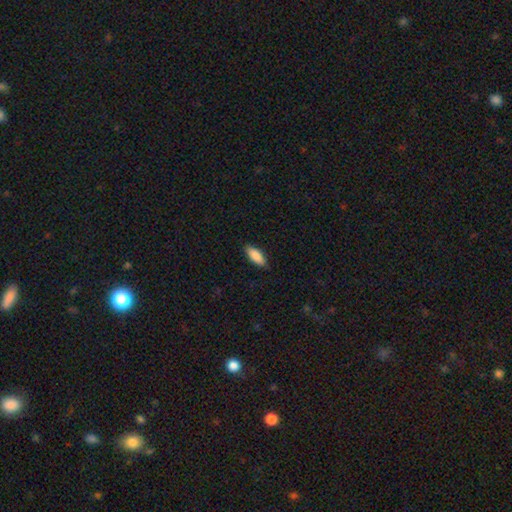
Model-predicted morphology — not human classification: Q: Smooth or featured?
A: smooth (86%); runner-up: featured or disk (8%)
Q: How rounded?
A: in between (73%); runner-up: cigar-shaped (25%)
Q: Merging?
A: none (87%); runner-up: minor disturbance (11%)